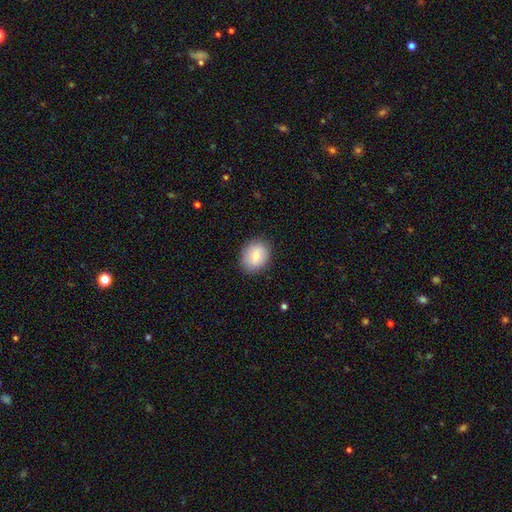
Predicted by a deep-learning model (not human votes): A smooth galaxy with no disk features (77%) that is round (58%).

Vote fractions:
- Smooth or featured? smooth: 77% / featured or disk: 15% / star or artifact: 8%
- How rounded? round: 58% / in between: 41% / cigar-shaped: 1%
- Merging? none: 88% / minor disturbance: 9% / major disturbance: 2% / merger: 1%